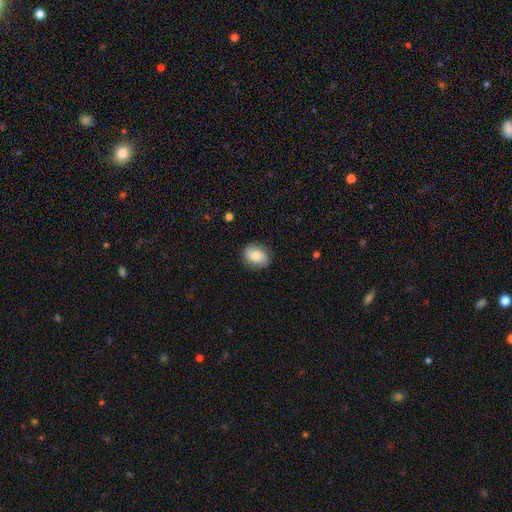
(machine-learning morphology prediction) This is likely a smooth galaxy (74%). How rounded: likely in between (66%). Merging: clearly none (83%).